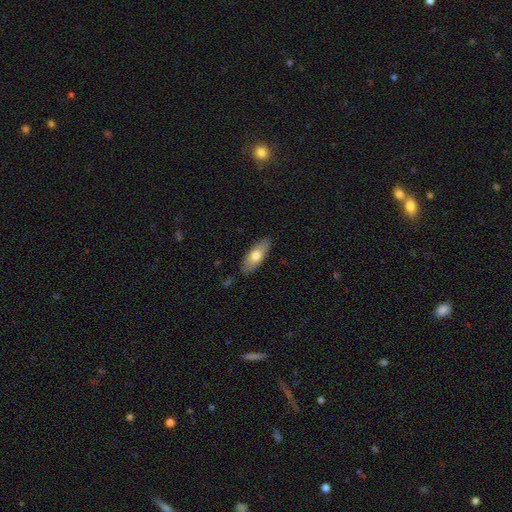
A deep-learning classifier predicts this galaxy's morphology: This appears to be a smooth galaxy with no disk features (70%) that is in between round and cigar-shaped (79%). Merging: none (87%).